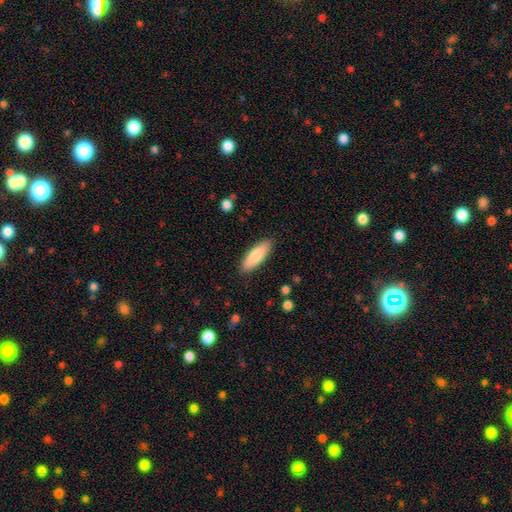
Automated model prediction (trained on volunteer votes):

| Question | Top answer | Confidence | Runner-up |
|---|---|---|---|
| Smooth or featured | smooth | 81% | featured or disk (13%) |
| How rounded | in between | 62% | cigar-shaped (37%) |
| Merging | none | 89% | minor disturbance (9%) |